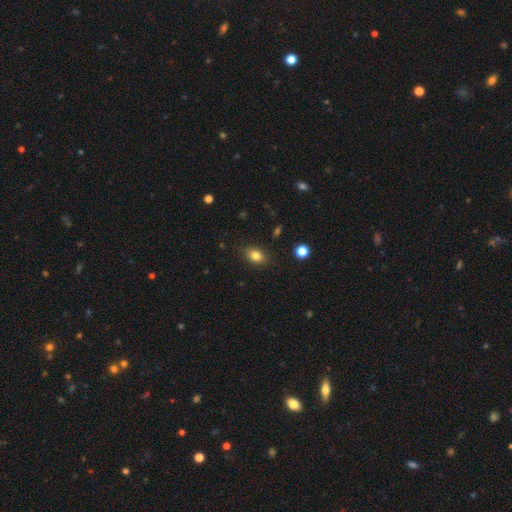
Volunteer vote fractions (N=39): smooth 79%, featured or disk 10%, star or artifact 10%. Down the decision tree: how rounded — in between (65%); merging — none (89%).